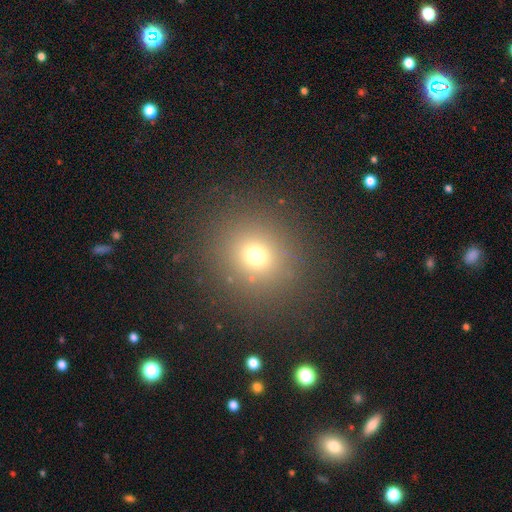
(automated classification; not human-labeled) smooth_or_featured: smooth (p=0.69) [alt: star or artifact p=0.21]
how_rounded: round (p=0.85) [alt: in between p=0.14]
merging: none (p=0.87) [alt: minor disturbance p=0.07]